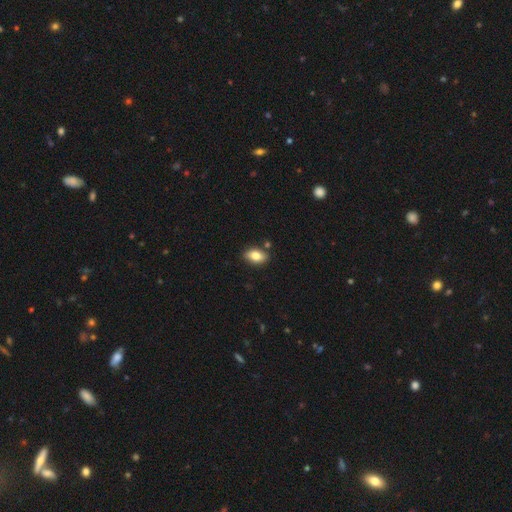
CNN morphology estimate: The model was most divided on "smooth or featured": smooth: 82%, featured or disk: 11%, star or artifact: 8%. More confident: how rounded — in between (90%); merging — none (82%).